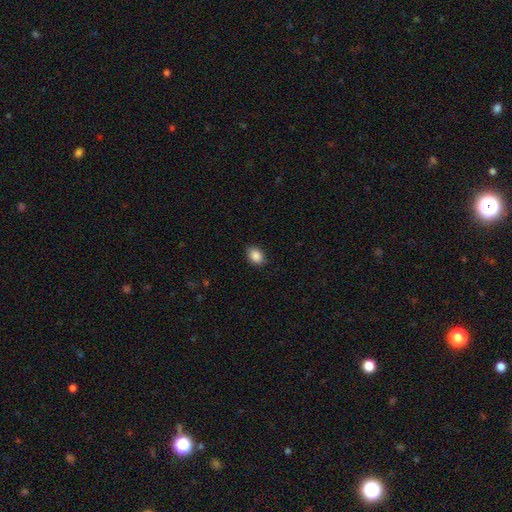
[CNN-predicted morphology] smooth 88%, star or artifact 8%, featured or disk 4%. Down the decision tree: how rounded — in between (72%); merging — none (84%).